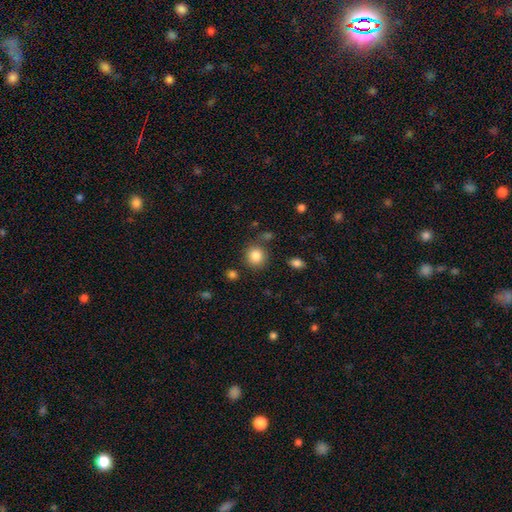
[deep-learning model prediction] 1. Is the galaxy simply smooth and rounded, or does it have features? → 85% smooth, 10% star or artifact, 5% featured or disk.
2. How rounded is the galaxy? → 88% round, 11% in between, 1% cigar-shaped.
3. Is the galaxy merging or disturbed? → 81% none, 10% minor disturbance, 6% merger, 4% major disturbance.